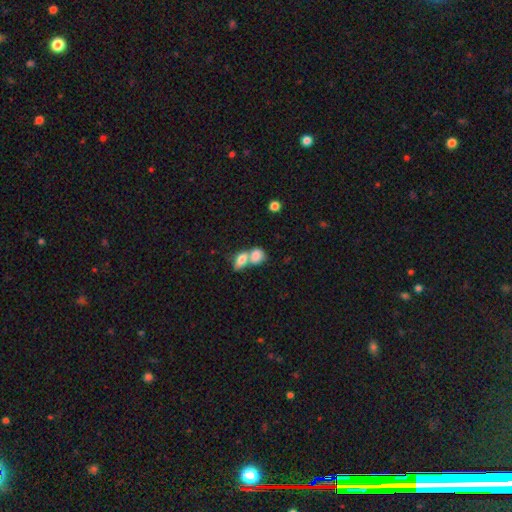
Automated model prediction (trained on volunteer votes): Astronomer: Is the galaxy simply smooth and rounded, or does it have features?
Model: smooth — 80%.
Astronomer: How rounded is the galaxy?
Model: in between — 68%.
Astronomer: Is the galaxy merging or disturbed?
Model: merger — 70%.